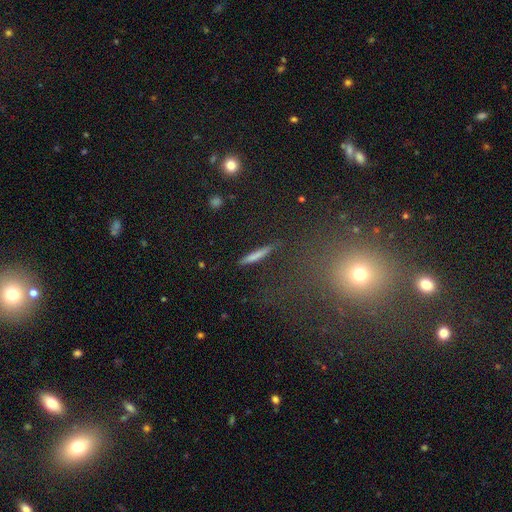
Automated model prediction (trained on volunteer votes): smooth_or_featured: smooth (p=0.71) [alt: featured or disk p=0.19]
how_rounded: cigar-shaped (p=0.92) [alt: in between p=0.05]
merging: none (p=0.84) [alt: minor disturbance p=0.11]